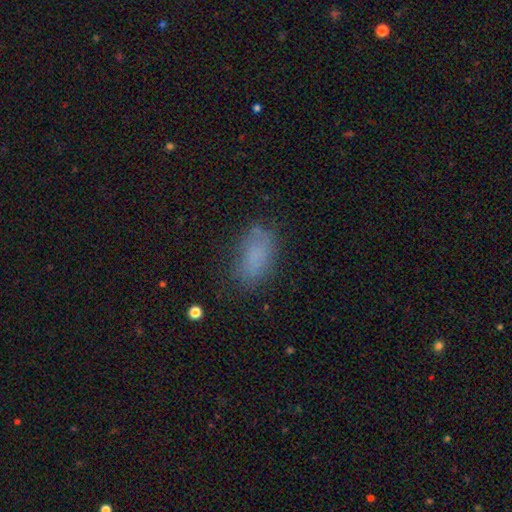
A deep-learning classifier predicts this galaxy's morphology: Q: Smooth or featured?
A: smooth (78%); runner-up: star or artifact (12%)
Q: How rounded?
A: in between (91%); runner-up: round (5%)
Q: Merging?
A: none (69%); runner-up: minor disturbance (20%)